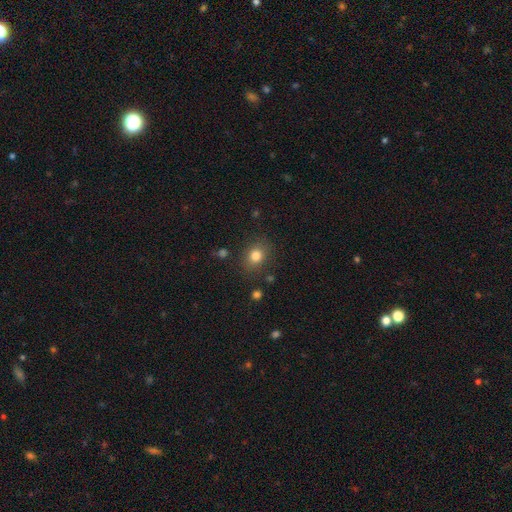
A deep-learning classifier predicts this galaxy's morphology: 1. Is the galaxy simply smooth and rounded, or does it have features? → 81% smooth, 12% star or artifact, 7% featured or disk.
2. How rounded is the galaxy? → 53% round, 46% in between, 1% cigar-shaped.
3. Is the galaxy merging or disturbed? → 83% none, 11% minor disturbance, 4% major disturbance, 2% merger.